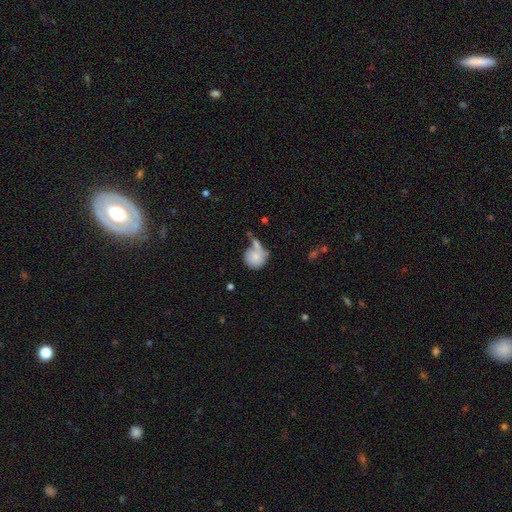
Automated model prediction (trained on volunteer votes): Q: Smooth or featured?
A: smooth (77%); runner-up: featured or disk (16%)
Q: How rounded?
A: round (86%); runner-up: in between (13%)
Q: Merging?
A: none (37%); runner-up: merger (24%)